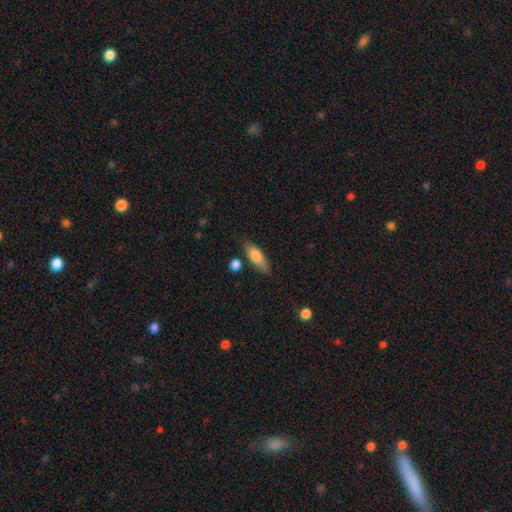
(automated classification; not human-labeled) A smooth galaxy with no disk features (76%) that is in between round and cigar-shaped (60%). Merging: none (75%).